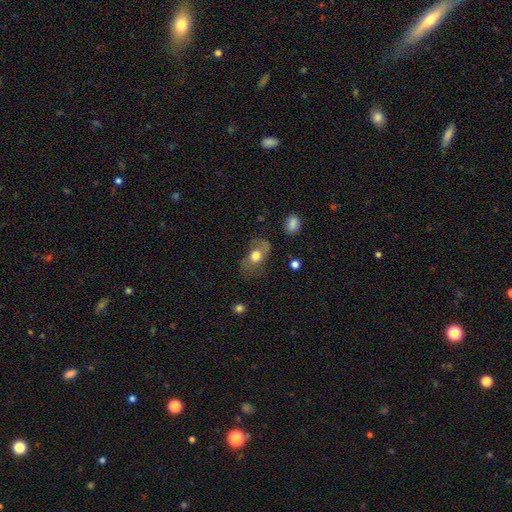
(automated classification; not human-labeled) A smooth galaxy with no disk features (53%) that is in between round and cigar-shaped (71%).

Vote fractions:
- Smooth or featured? smooth: 53% / featured or disk: 39% / star or artifact: 9%
- How rounded? in between: 71% / round: 26% / cigar-shaped: 3%
- Merging? none: 55% / minor disturbance: 24% / major disturbance: 18% / merger: 3%